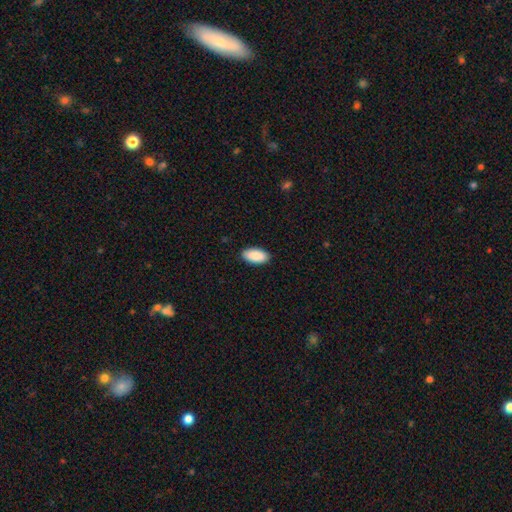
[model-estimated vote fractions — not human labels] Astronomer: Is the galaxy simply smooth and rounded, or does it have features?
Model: smooth — 91%.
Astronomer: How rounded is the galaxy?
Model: in between — 95%.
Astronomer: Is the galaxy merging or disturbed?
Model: none — 89%.